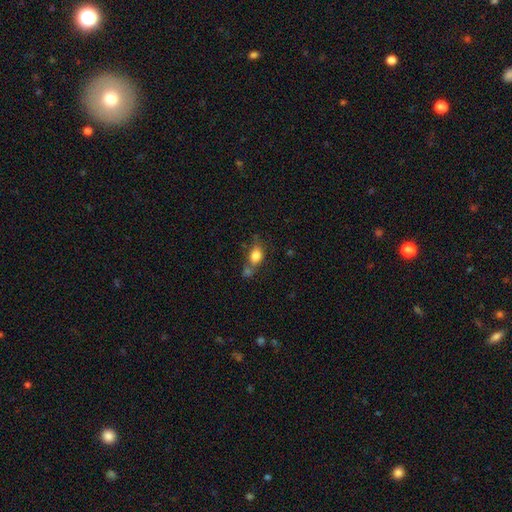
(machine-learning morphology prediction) Overall: smooth (81%). How rounded: in between (72%). Merging: none (40%; merger 36%).